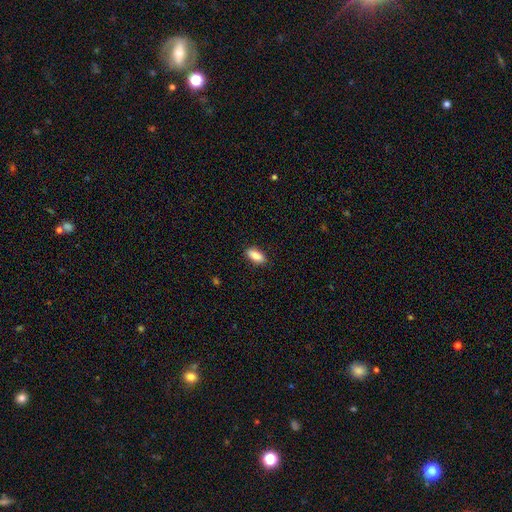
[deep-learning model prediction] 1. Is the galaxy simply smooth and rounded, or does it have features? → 88% smooth, 6% star or artifact, 5% featured or disk.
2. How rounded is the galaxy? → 84% in between, 13% cigar-shaped, 2% round.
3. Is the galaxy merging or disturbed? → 88% none, 9% minor disturbance, 2% major disturbance, 1% merger.